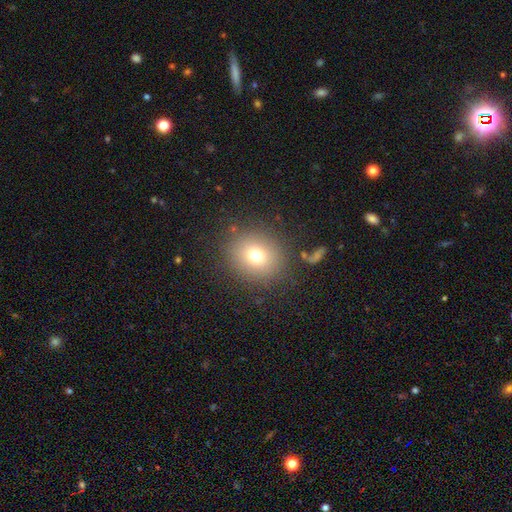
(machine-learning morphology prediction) A smooth galaxy with no disk features (73%) that is round (80%). Merging: none (84%).